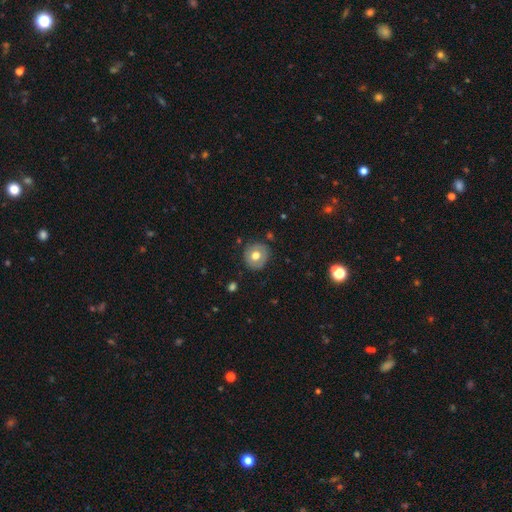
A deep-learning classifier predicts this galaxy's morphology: A smooth galaxy with no disk features (65%) that is round (89%).

Vote fractions:
- Smooth or featured? smooth: 65% / featured or disk: 27% / star or artifact: 8%
- How rounded? round: 89% / in between: 10% / cigar-shaped: 1%
- Merging? none: 84% / minor disturbance: 11% / major disturbance: 3% / merger: 2%